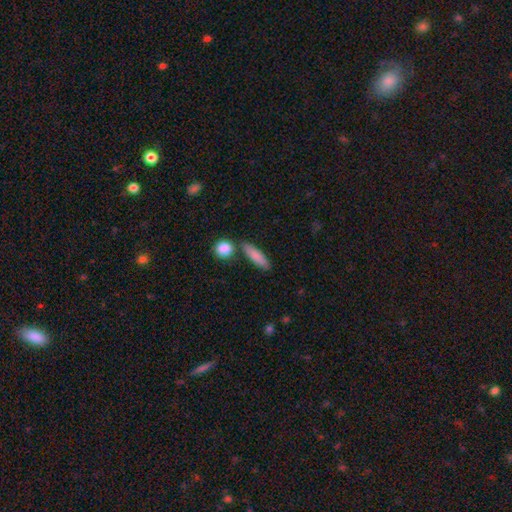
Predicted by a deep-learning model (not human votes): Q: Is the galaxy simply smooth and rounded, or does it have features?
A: smooth — 83%.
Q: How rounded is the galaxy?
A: cigar-shaped — 59%.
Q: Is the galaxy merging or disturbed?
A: none — 76%.